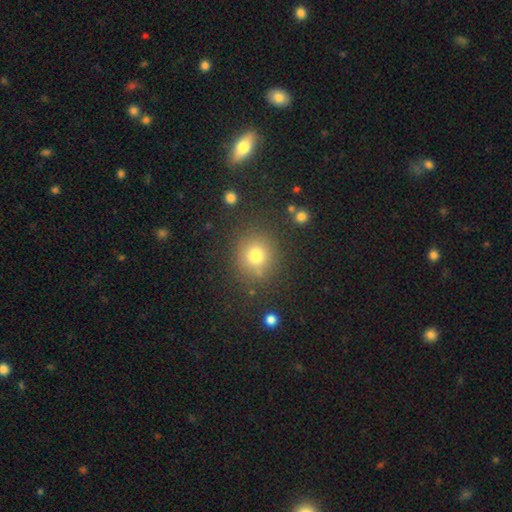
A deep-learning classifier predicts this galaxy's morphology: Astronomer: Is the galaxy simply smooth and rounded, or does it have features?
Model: smooth — 76%.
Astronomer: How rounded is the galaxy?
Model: round — 86%.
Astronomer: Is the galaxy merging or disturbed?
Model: none — 81%.